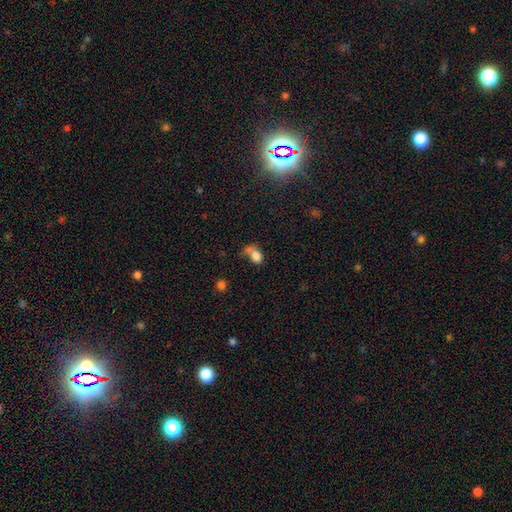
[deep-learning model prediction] Smooth or featured? Predicted: smooth (p=0.76). How rounded? Predicted: in between (p=0.72). Merging? Predicted: major disturbance (p=0.28, tied with none).